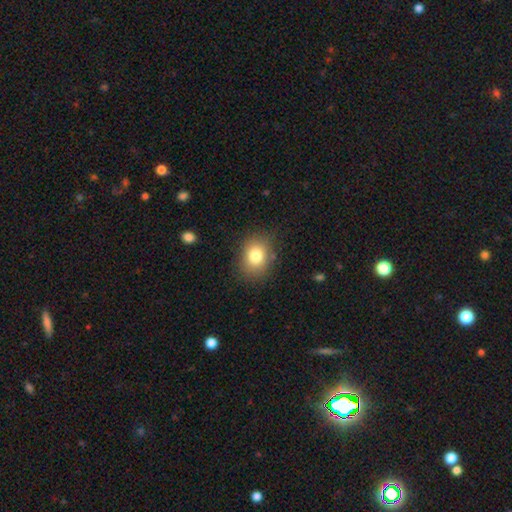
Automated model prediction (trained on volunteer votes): This is clearly a smooth galaxy (81%). How rounded: possibly in between (52%). Merging: clearly none (81%).